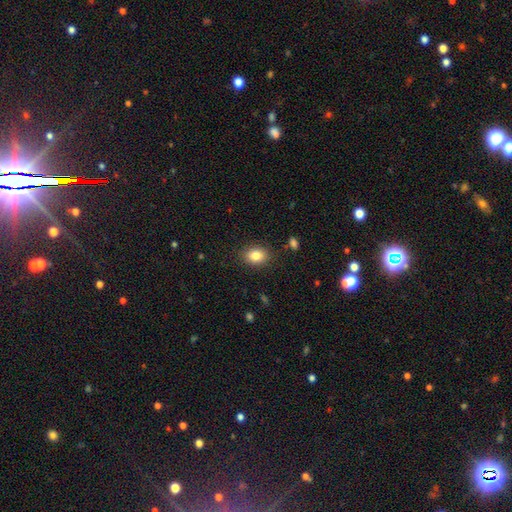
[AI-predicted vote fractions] Smooth or featured? smooth (84%)
How rounded? in between (64%)
Merging? none (87%)